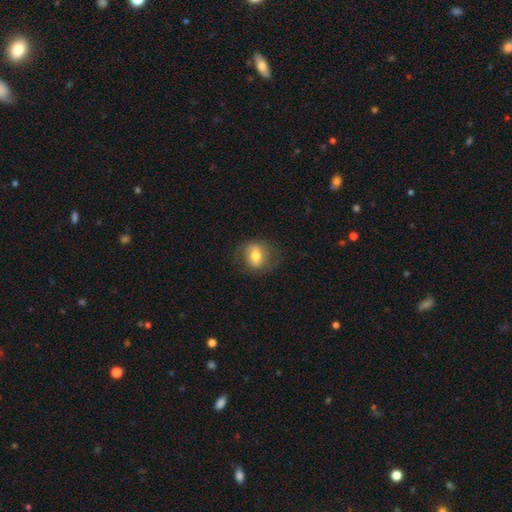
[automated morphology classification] The model was most divided on "how rounded": round: 63%, in between: 35%, cigar-shaped: 1%. More confident: merging — none (74%); smooth or featured — smooth (62%).